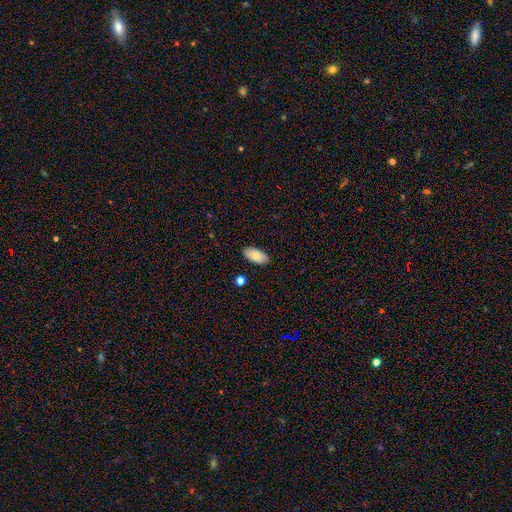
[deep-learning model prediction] A smooth galaxy with no disk features (83%) that is in between round and cigar-shaped (93%). Merging: none (88%).